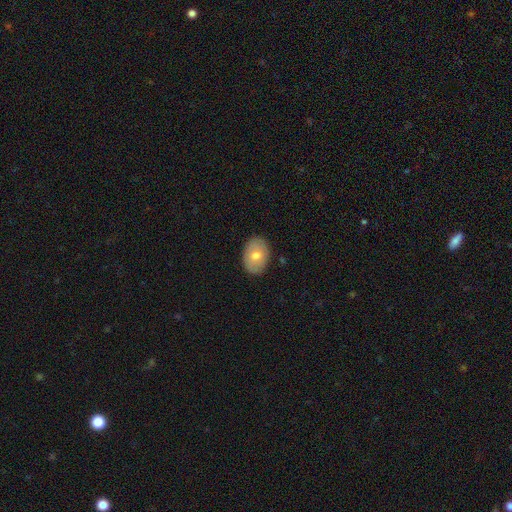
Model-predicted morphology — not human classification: Smooth or featured? Predicted: smooth (p=0.69). How rounded? Predicted: in between (p=0.80). Merging? Predicted: none (p=0.86).